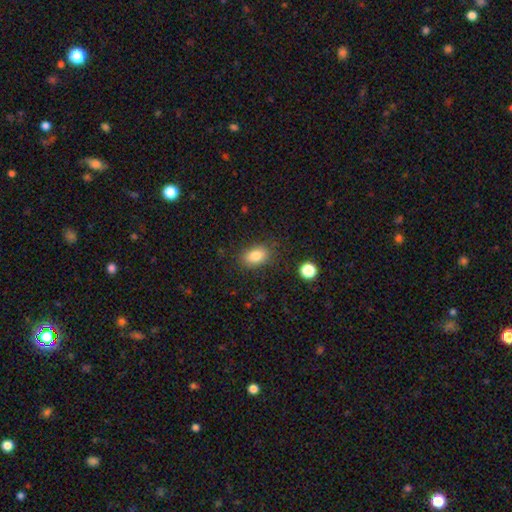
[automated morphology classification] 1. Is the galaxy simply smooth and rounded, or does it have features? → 84% smooth, 9% star or artifact, 7% featured or disk.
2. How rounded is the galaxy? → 85% in between, 14% round, 2% cigar-shaped.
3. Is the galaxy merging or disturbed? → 83% none, 12% minor disturbance, 4% major disturbance, 2% merger.